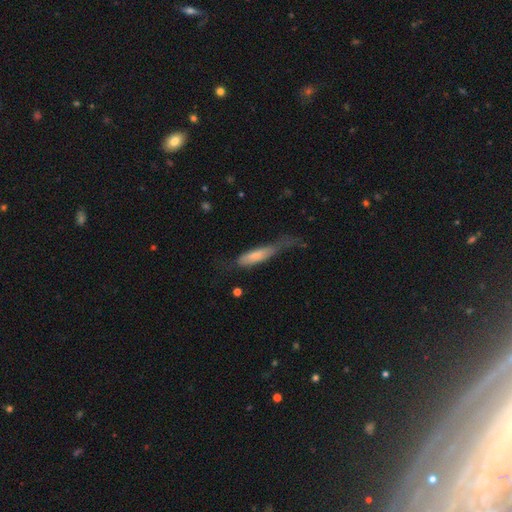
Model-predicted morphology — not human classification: smooth 69%, featured or disk 25%, star or artifact 7%. Down the decision tree: how rounded — cigar-shaped (74%); merging — major disturbance (36%).